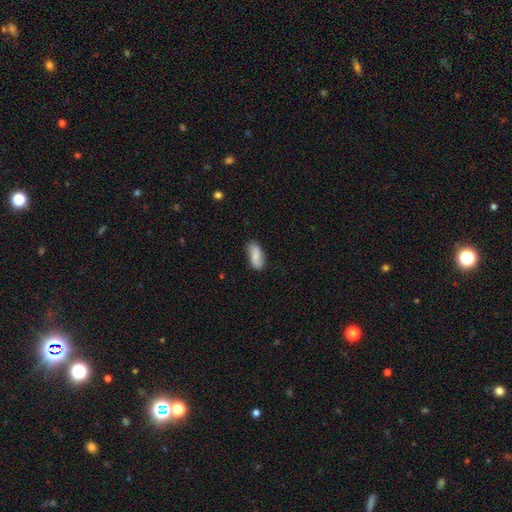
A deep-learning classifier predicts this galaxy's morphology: Smooth or featured? Predicted: smooth (p=0.74). How rounded? Predicted: in between (p=0.87). Merging? Predicted: none (p=0.78).